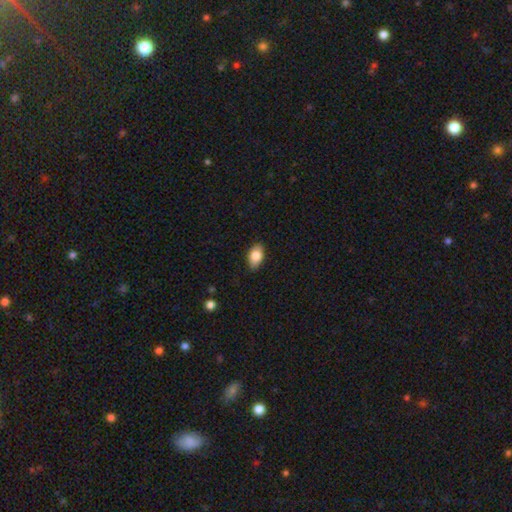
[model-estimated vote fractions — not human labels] smooth-or-featured: smooth: 84% | featured or disk: 9% | star or artifact: 7%
  how-rounded: in between: 91% | round: 7% | cigar-shaped: 2%
  merging: none: 87% | minor disturbance: 10% | major disturbance: 2% | merger: 1%